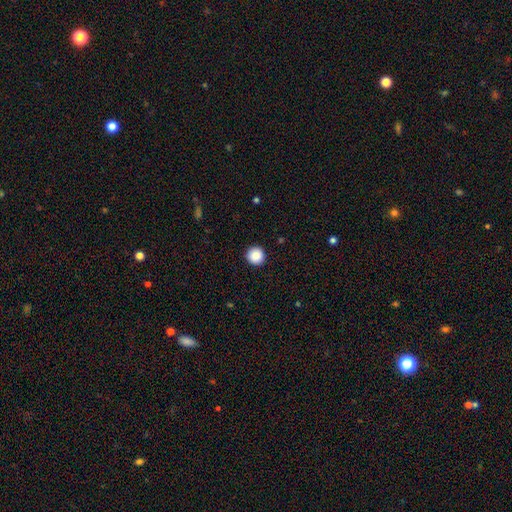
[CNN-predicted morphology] Smooth or featured: smooth — 88% (star or artifact — 9%)
How rounded: round — 96% (in between — 3%)
Merging: none — 93% (minor disturbance — 5%)